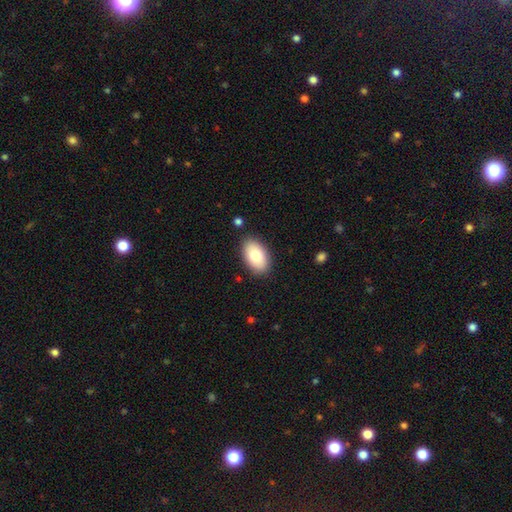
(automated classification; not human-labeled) Smooth or featured? smooth (79%)
How rounded? in between (93%)
Merging? none (87%)